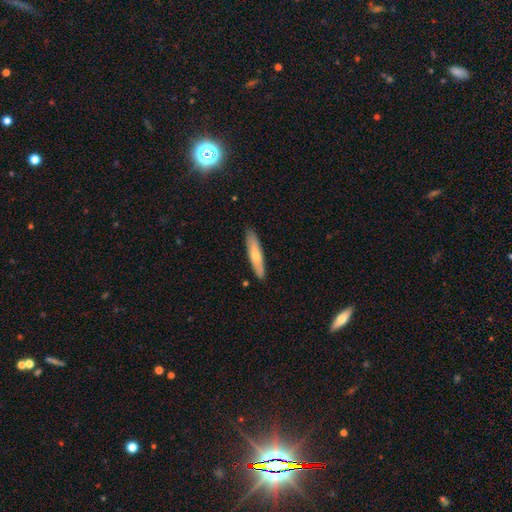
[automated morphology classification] type=smooth (66%); roundness=cigar-shaped (82%); merging=none (86%).